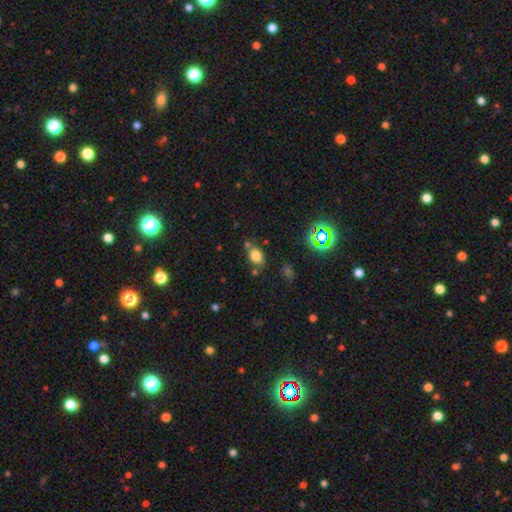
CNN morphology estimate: smooth-or-featured: smooth: 77% | star or artifact: 15% | featured or disk: 8%
  how-rounded: in between: 65% | round: 34% | cigar-shaped: 2%
  merging: none: 68% | minor disturbance: 15% | merger: 12% | major disturbance: 5%